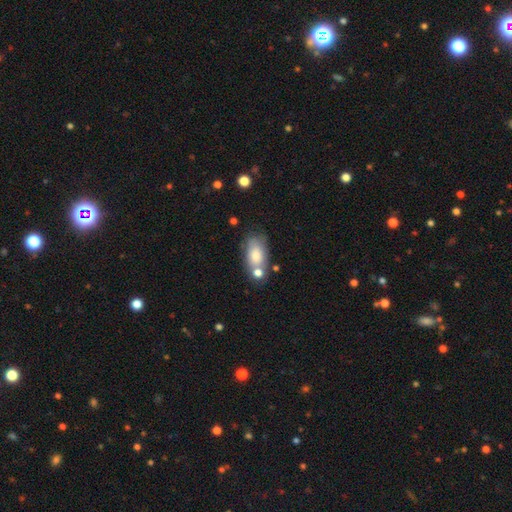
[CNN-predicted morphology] smooth-or-featured: smooth: 73% | featured or disk: 19% | star or artifact: 8%
  how-rounded: in between: 88% | round: 9% | cigar-shaped: 3%
  merging: none: 49% | merger: 26% | minor disturbance: 18% | major disturbance: 6%